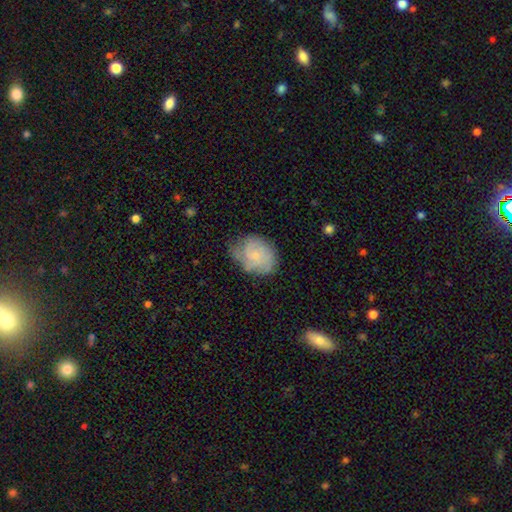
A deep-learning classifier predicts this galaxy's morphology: featured or disk 53%, smooth 40%, star or artifact 8%. Down the decision tree: edge-on disk — no (98%); bar — no (75%); spiral arms — yes (86%); bulge size — small (63%); merging — none (59%).